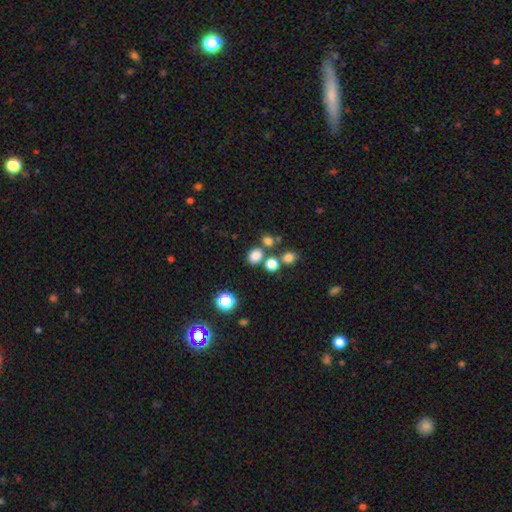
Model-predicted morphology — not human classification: Smooth or featured? smooth (79%)
How rounded? round (59%)
Merging? none (71%)